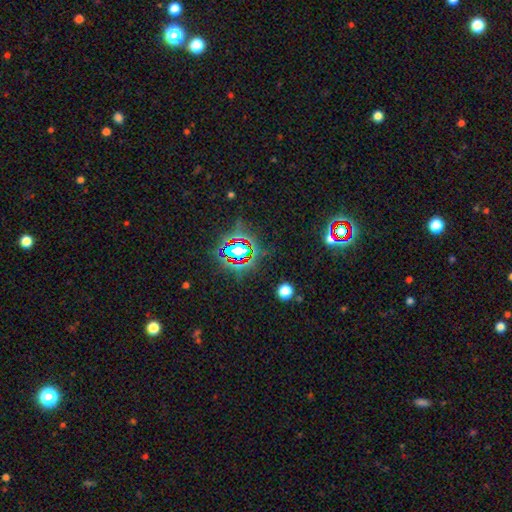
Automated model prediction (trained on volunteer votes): smooth_or_featured: star or artifact (p=0.77) [alt: smooth p=0.14]